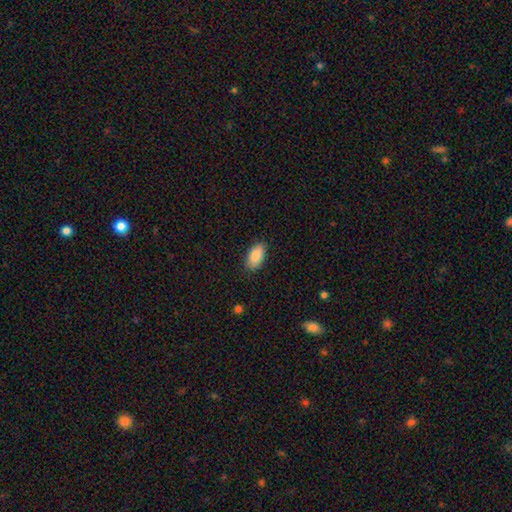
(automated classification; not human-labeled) smooth 88%, star or artifact 7%, featured or disk 5%. Down the decision tree: how rounded — in between (94%); merging — none (85%).